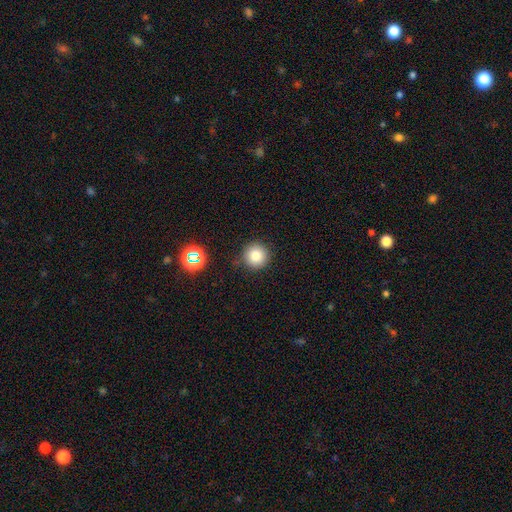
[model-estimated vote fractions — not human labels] Smooth or featured: smooth — 81% (star or artifact — 13%)
How rounded: round — 95% (in between — 4%)
Merging: none — 87% (minor disturbance — 8%)